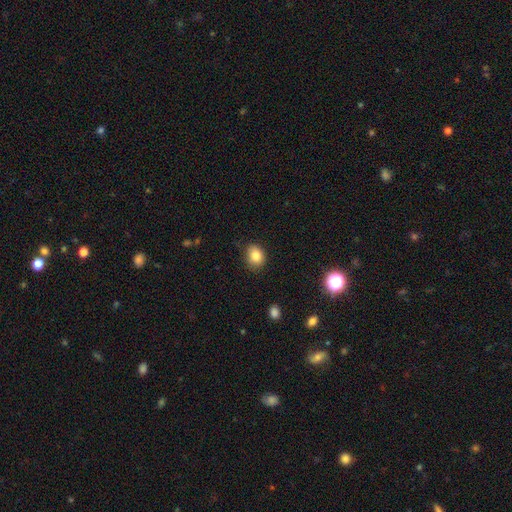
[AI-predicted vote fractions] The model was most divided on "how rounded": round: 54%, in between: 45%, cigar-shaped: 1%. More confident: smooth or featured — smooth (83%); merging — none (83%).